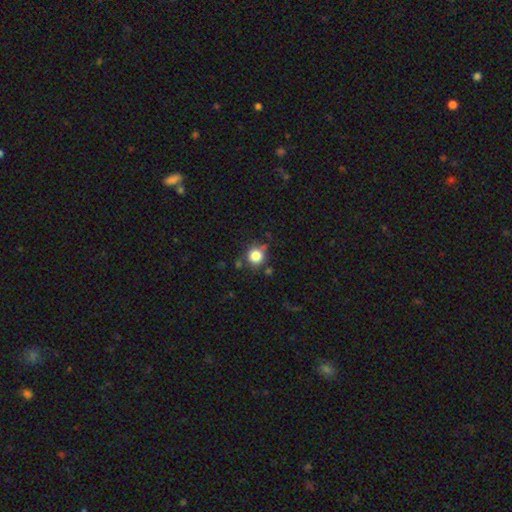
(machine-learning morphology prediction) Smooth or featured? Predicted: smooth (p=0.82). How rounded? Predicted: round (p=0.91). Merging? Predicted: none (p=0.77).